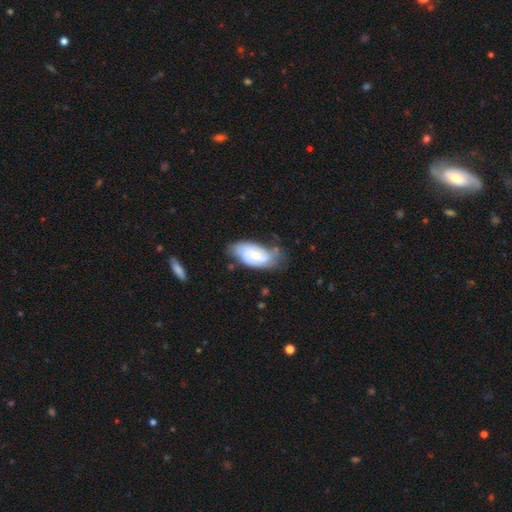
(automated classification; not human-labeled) A featured or disk galaxy (51%). Merging: none (51%).